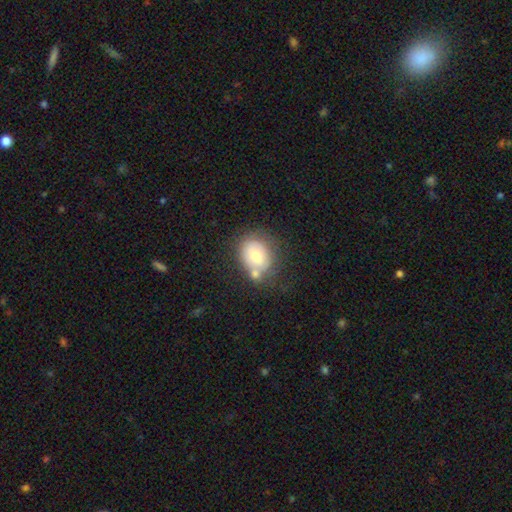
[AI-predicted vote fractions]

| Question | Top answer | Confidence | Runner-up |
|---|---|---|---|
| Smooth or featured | smooth | 65% | featured or disk (25%) |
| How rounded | round | 57% | in between (42%) |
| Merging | none | 55% | minor disturbance (19%) |